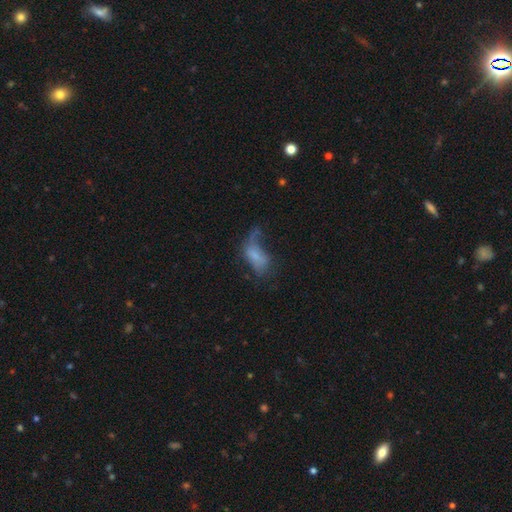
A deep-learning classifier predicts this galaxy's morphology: Smooth or featured? Predicted: smooth (p=0.55). How rounded? Predicted: in between (p=0.86). Merging? Predicted: major disturbance (p=0.47).